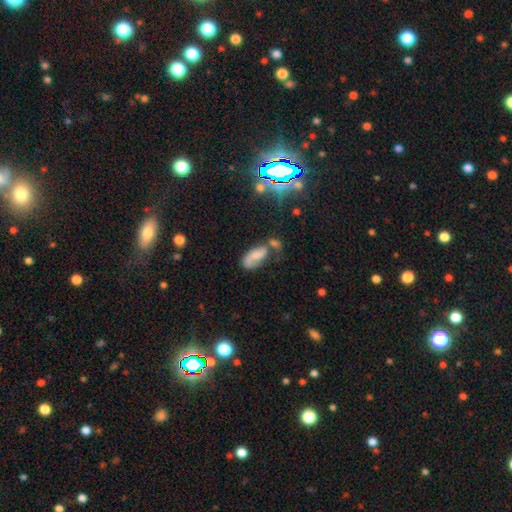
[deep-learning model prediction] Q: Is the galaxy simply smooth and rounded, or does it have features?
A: smooth — 51%.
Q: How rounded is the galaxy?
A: in between — 88%.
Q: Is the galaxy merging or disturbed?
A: none — 30%.